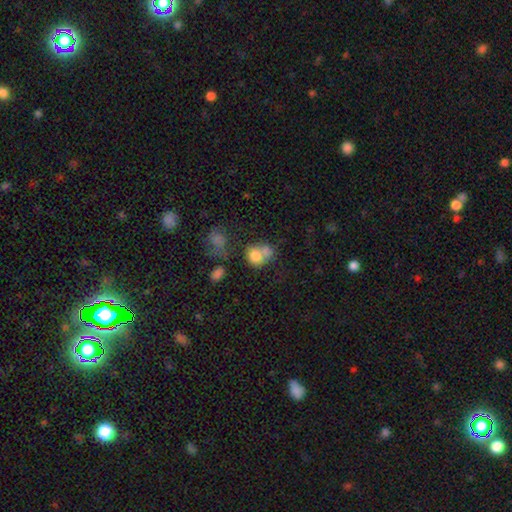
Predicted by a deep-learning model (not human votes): Smooth or featured: smooth — 74% (featured or disk — 15%)
How rounded: round — 61% (in between — 38%)
Merging: merger — 46% (none — 31%)